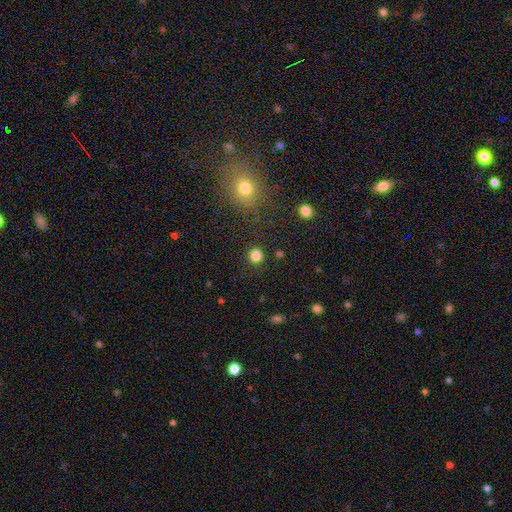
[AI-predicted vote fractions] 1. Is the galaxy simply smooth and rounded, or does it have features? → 83% smooth, 14% star or artifact, 3% featured or disk.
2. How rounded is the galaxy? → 91% round, 8% in between, 1% cigar-shaped.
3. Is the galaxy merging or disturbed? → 89% none, 6% minor disturbance, 3% major disturbance, 2% merger.